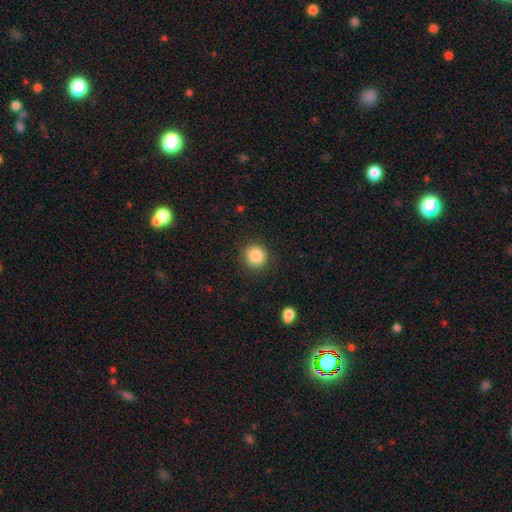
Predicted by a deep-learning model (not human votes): Smooth or featured? Predicted: smooth (p=0.86). How rounded? Predicted: round (p=0.93). Merging? Predicted: none (p=0.90).